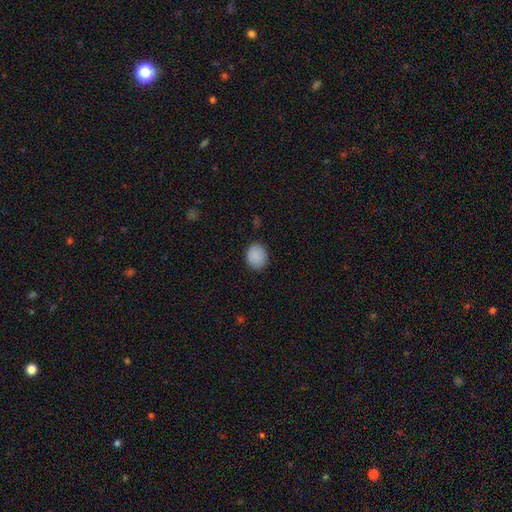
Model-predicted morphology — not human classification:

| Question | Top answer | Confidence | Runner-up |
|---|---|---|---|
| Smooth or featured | smooth | 88% | star or artifact (8%) |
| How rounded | round | 55% | in between (44%) |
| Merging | none | 86% | minor disturbance (11%) |